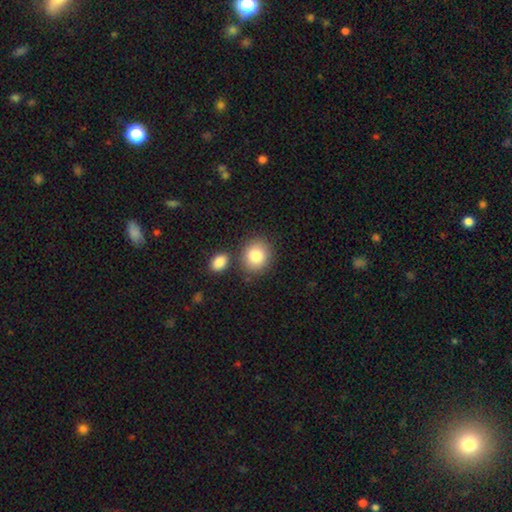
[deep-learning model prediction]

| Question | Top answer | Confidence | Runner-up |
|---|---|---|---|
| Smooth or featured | smooth | 84% | featured or disk (8%) |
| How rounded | round | 70% | in between (29%) |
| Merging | none | 74% | merger (13%) |